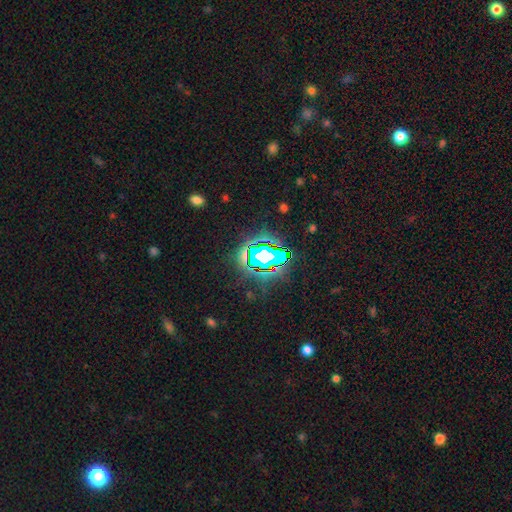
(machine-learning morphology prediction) Q: Smooth or featured?
A: star or artifact (71%); runner-up: smooth (15%)